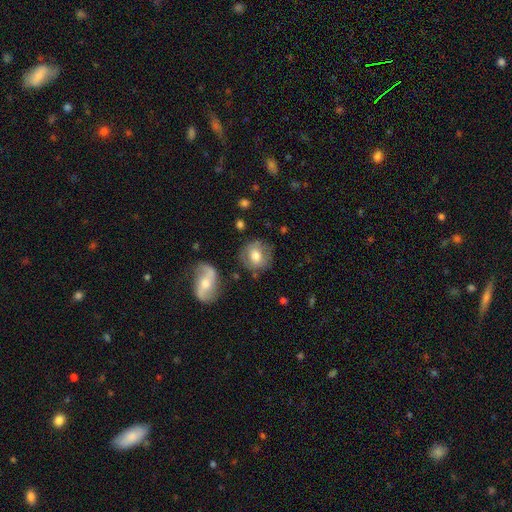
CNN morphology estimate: Smooth or featured? smooth (62%)
How rounded? round (82%)
Merging? none (74%)